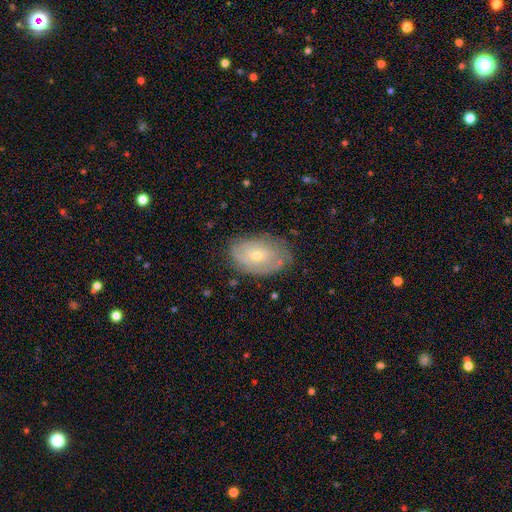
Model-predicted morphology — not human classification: smooth_or_featured: featured or disk (p=0.60) [alt: smooth p=0.32]
disk_edge_on: no (p=0.93) [alt: yes p=0.07]
bar: no (p=0.77) [alt: weak p=0.19]
has_spiral_arms: yes (p=0.72) [alt: no p=0.28]
bulge_size: small (p=0.61) [alt: moderate p=0.36]
merging: none (p=0.72) [alt: minor disturbance p=0.21]